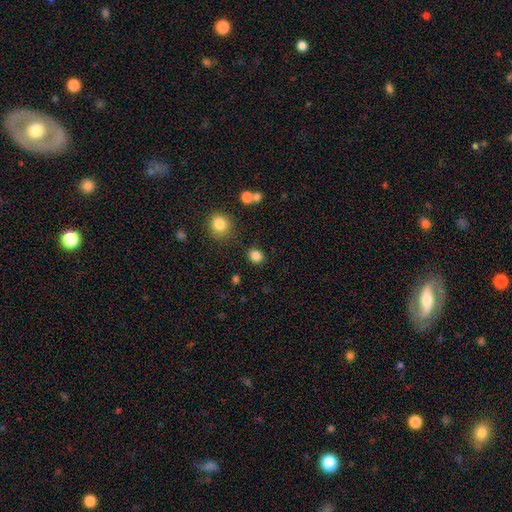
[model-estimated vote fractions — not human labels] Q: Smooth or featured?
A: smooth (84%); runner-up: star or artifact (12%)
Q: How rounded?
A: round (69%); runner-up: in between (30%)
Q: Merging?
A: none (86%); runner-up: minor disturbance (8%)